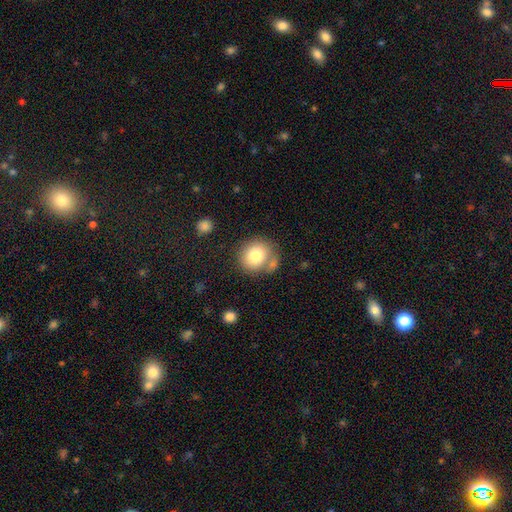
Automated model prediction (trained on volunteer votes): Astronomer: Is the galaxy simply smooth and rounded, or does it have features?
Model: smooth — 79%.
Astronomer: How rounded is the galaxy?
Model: round — 78%.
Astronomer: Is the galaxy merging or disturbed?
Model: none — 63%.